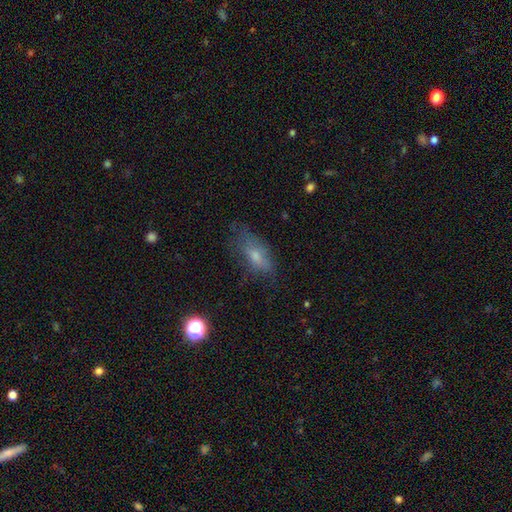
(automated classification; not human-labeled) smooth 56%, featured or disk 29%, star or artifact 15%. Down the decision tree: how rounded — in between (75%); merging — none (59%).